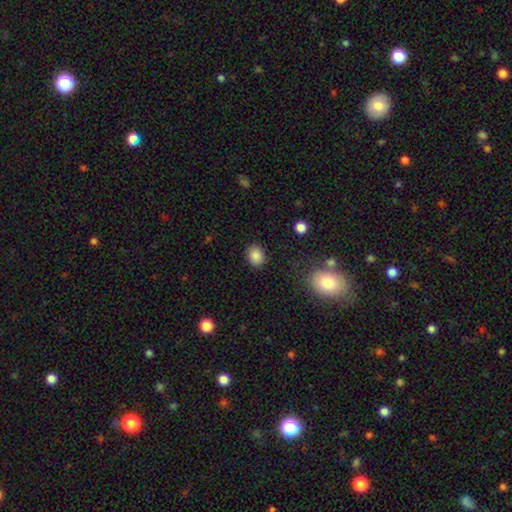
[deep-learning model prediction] The model was most divided on "how rounded": round: 53%, in between: 46%, cigar-shaped: 1%. More confident: merging — none (87%); smooth or featured — smooth (86%).